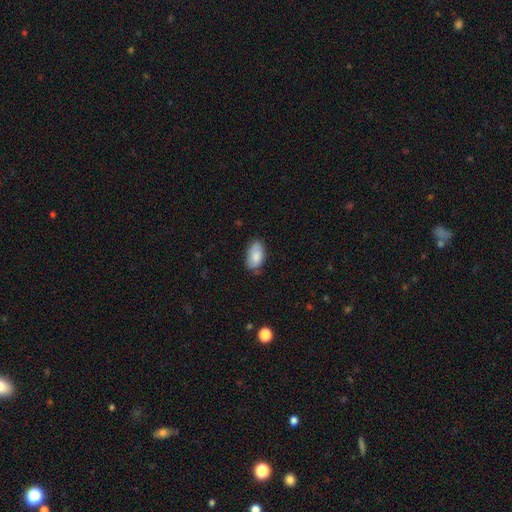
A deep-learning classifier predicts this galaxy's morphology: Smooth or featured? Predicted: smooth (p=0.85). How rounded? Predicted: in between (p=0.94). Merging? Predicted: none (p=0.71).